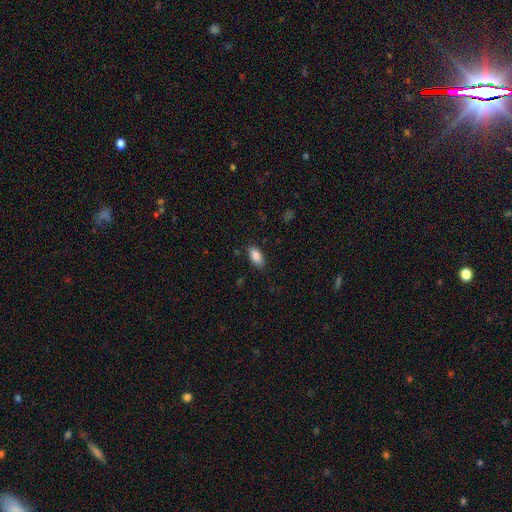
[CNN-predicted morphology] This is clearly a smooth galaxy (87%). How rounded: clearly in between (91%). Merging: clearly none (84%).